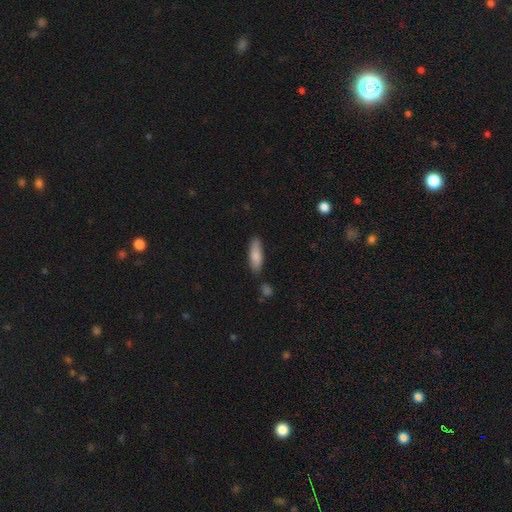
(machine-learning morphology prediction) smooth 82%, featured or disk 12%, star or artifact 6%. Down the decision tree: how rounded — in between (51%); merging — none (79%).